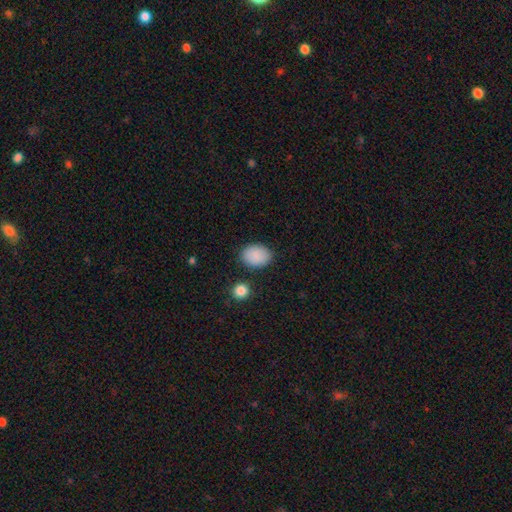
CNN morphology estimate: This is clearly a smooth galaxy (88%). How rounded: likely in between (74%). Merging: clearly none (83%).